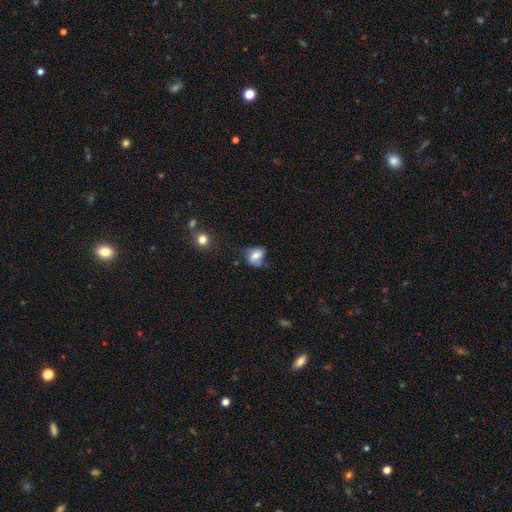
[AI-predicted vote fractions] This is likely a smooth galaxy (60%). How rounded: likely in between (70%). Merging: marginally none (39%).